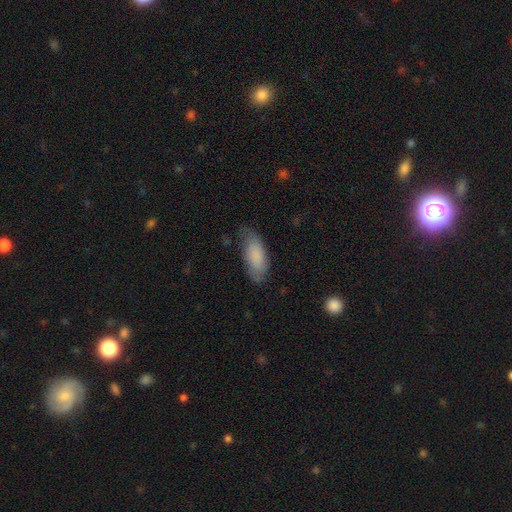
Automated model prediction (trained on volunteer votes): A smooth galaxy with no disk features (81%) that is in between round and cigar-shaped (82%). Merging: none (67%).